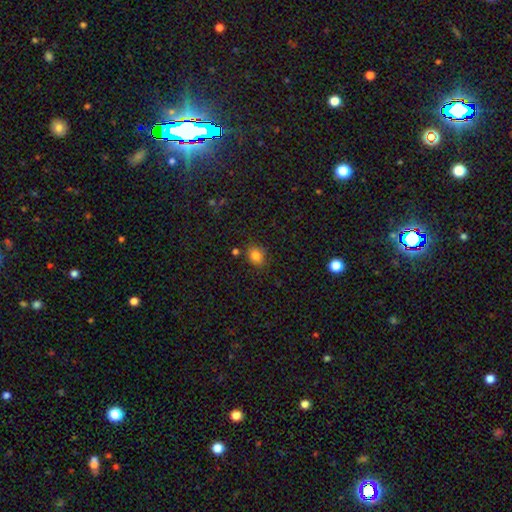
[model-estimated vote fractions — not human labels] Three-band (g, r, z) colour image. It shows a smooth galaxy with no disk features (82%) that is round (57%). Merging: none (81%).